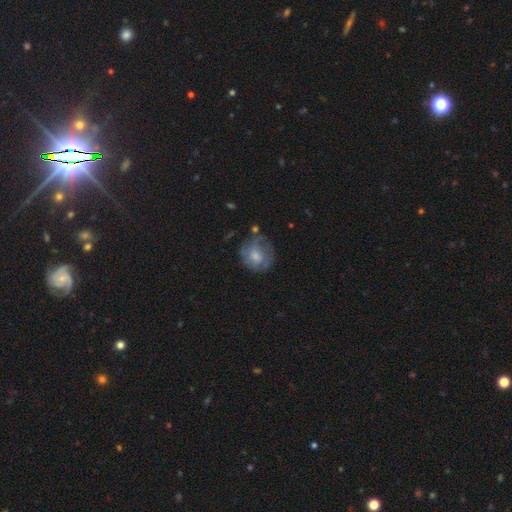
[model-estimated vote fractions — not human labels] A smooth galaxy with no disk features (49%). Merging: none (55%).